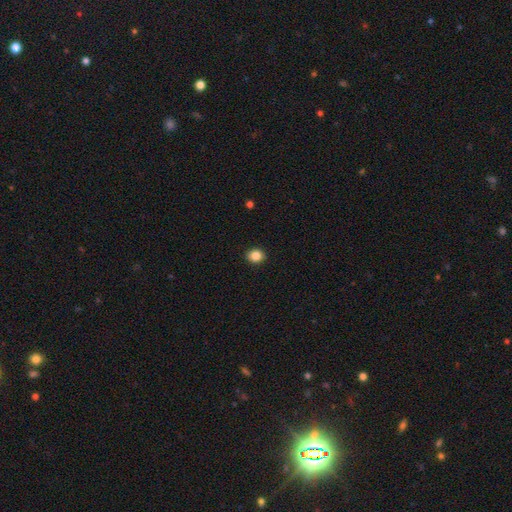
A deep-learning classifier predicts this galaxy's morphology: Smooth or featured: smooth — 86% (star or artifact — 10%)
How rounded: round — 66% (in between — 33%)
Merging: none — 92% (minor disturbance — 6%)